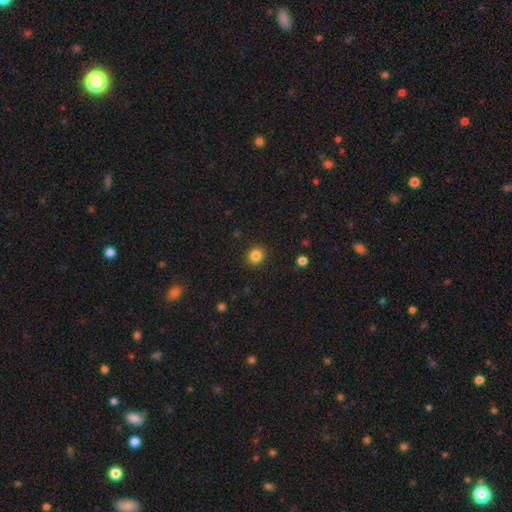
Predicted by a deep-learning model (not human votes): This is clearly a smooth galaxy (84%). How rounded: clearly round (86%). Merging: clearly none (91%).